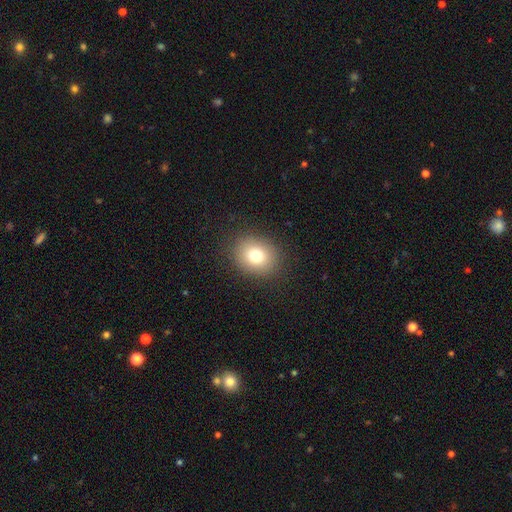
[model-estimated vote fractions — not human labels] Q: Smooth or featured?
A: smooth (78%); runner-up: star or artifact (12%)
Q: How rounded?
A: round (63%); runner-up: in between (37%)
Q: Merging?
A: none (88%); runner-up: minor disturbance (8%)